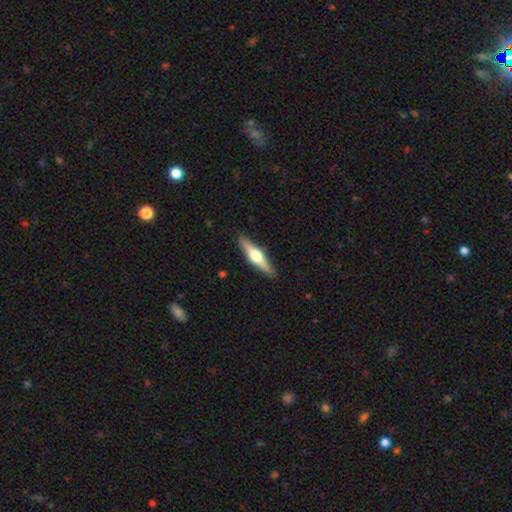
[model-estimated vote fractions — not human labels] Smooth or featured? Predicted: featured or disk (p=0.57). Edge-on disk? Predicted: yes (p=0.95). Edge-on bulge? Predicted: rounded (p=0.94). Merging? Predicted: none (p=0.90).